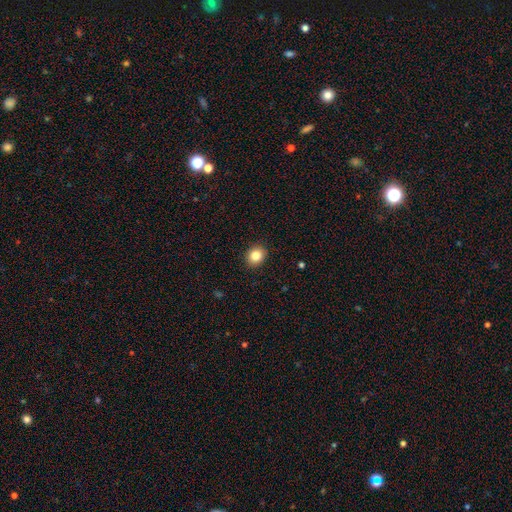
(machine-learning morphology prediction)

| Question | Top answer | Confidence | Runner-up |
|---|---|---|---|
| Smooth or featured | smooth | 84% | star or artifact (10%) |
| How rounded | round | 64% | in between (35%) |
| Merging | none | 91% | minor disturbance (6%) |